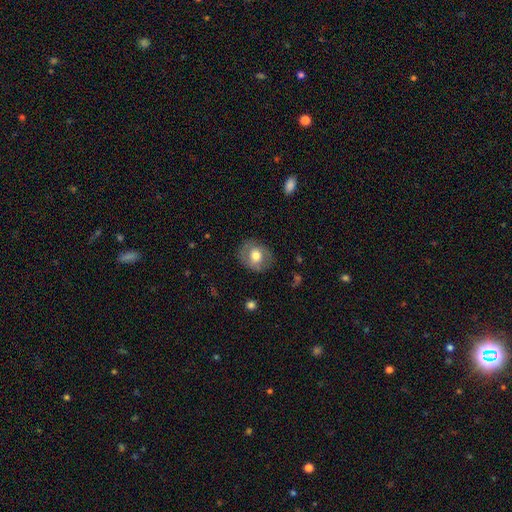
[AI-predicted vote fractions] Smooth or featured? Predicted: smooth (p=0.63). How rounded? Predicted: round (p=0.67). Merging? Predicted: none (p=0.79).